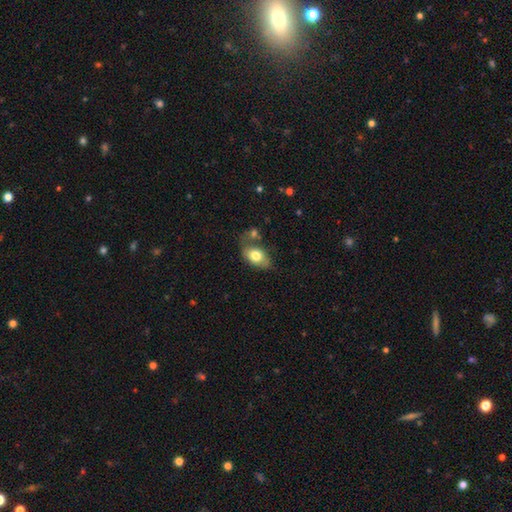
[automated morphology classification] Q: Smooth or featured?
A: smooth (73%); runner-up: featured or disk (20%)
Q: How rounded?
A: in between (87%); runner-up: round (12%)
Q: Merging?
A: none (50%); runner-up: minor disturbance (24%)